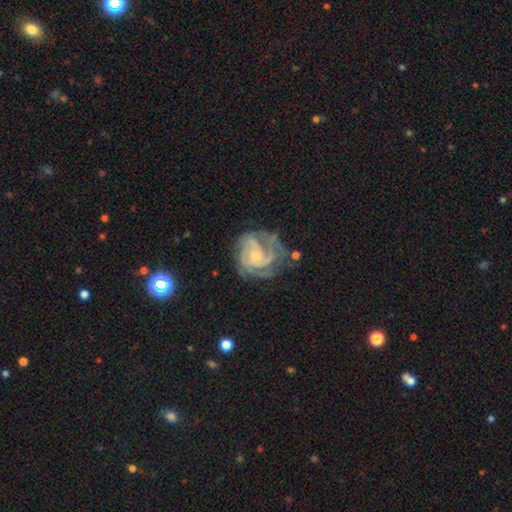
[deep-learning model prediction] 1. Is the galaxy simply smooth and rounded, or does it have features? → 86% featured or disk, 8% smooth, 6% star or artifact.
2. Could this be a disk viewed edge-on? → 98% no, 2% yes.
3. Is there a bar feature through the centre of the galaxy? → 70% no, 25% weak, 5% strong.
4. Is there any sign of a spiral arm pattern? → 96% yes, 4% no.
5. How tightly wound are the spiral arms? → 60% tight, 33% medium, 7% loose.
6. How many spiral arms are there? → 31% 3, 25% can't tell, 16% 2, 16% 4, 6% more than 4, 6% 1.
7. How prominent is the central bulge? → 70% small, 23% moderate, 4% none, 2% large, 1% dominant.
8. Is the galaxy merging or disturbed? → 56% none, 23% minor disturbance, 18% major disturbance, 3% merger.